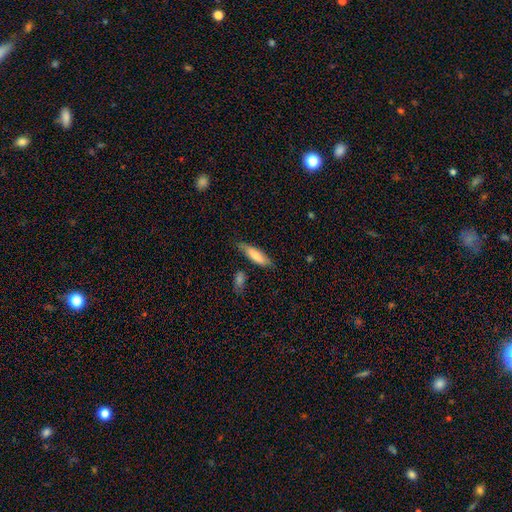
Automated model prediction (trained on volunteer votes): Overall: smooth (74%). How rounded: cigar-shaped (59%; in between 39%). Merging: none (72%).